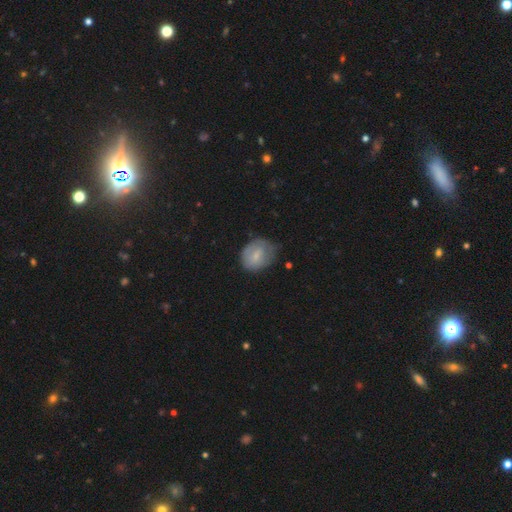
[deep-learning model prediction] Overall: smooth (68%). How rounded: in between (51%; round 48%). Merging: none (60%; minor disturbance 29%).